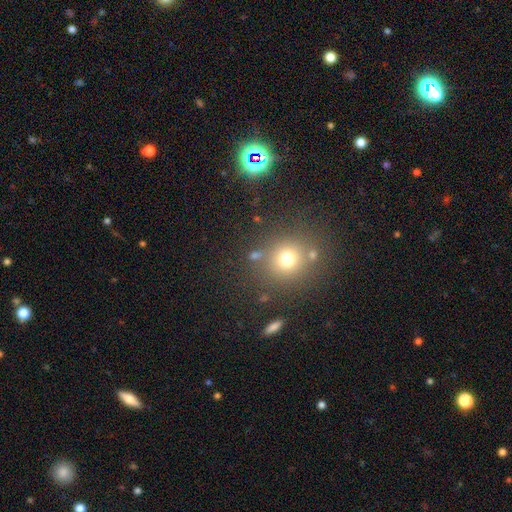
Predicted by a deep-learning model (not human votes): This is possibly a smooth galaxy (59%). How rounded: clearly round (89%). Merging: likely none (79%).